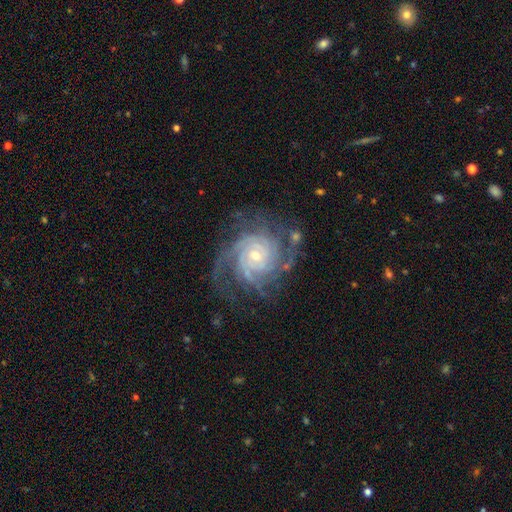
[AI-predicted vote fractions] Overall: featured or disk (91%). Edge-on disk: no (98%). Bar: no (73%). Spiral arms: yes (98%). Spiral arm count: 4 (32%; 3 22%). Spiral winding: tight (70%). Bulge size: small (67%; moderate 29%). Merging: none (72%).